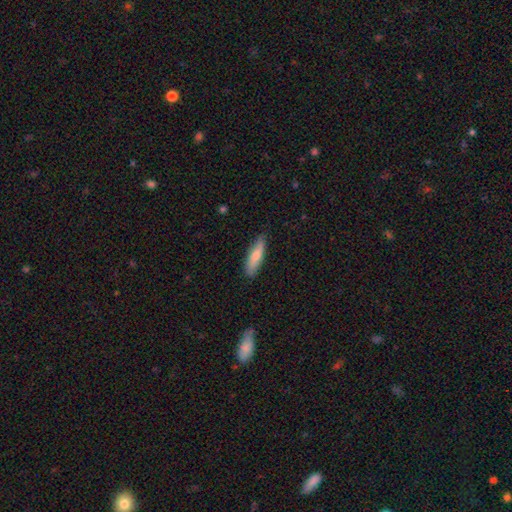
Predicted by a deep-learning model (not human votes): Smooth or featured? smooth (75%)
How rounded? cigar-shaped (66%)
Merging? none (83%)